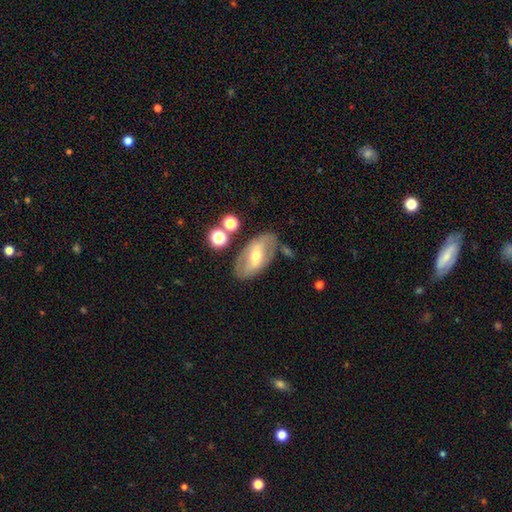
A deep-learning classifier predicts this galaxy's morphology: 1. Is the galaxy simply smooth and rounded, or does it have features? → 61% featured or disk, 31% smooth, 8% star or artifact.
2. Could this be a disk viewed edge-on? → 88% no, 12% yes.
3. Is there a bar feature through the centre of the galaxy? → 40% strong, 34% weak, 26% no.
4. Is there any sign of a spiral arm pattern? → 51% no, 49% yes.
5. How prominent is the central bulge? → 58% moderate, 36% small, 4% large, 1% none, 1% dominant.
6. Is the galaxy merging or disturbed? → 71% none, 17% minor disturbance, 7% major disturbance, 6% merger.